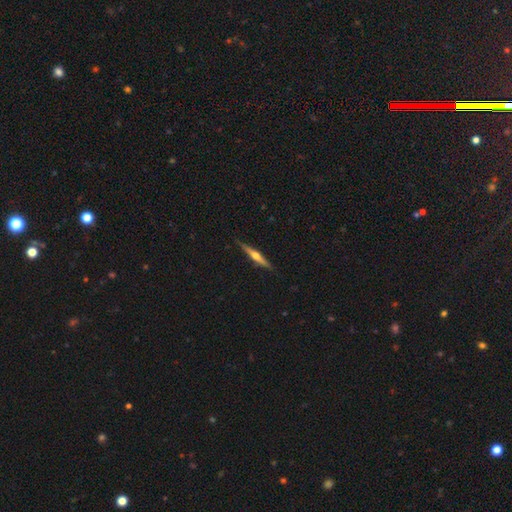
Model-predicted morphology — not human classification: This appears to be a featured or disk galaxy (70%) viewed edge-on (98%) with a rounded central bulge (91%). Merging: none (89%).